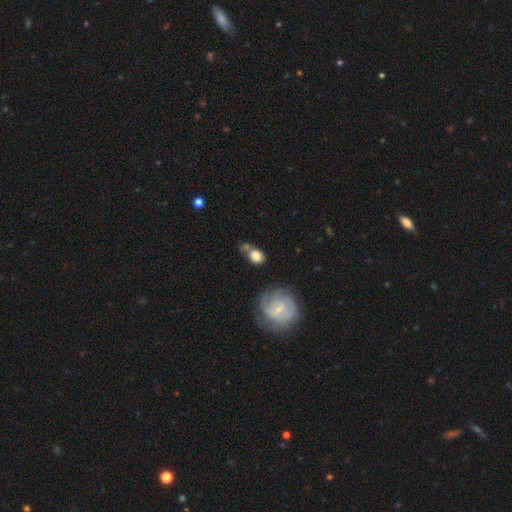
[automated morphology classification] smooth-or-featured: smooth: 74% | featured or disk: 18% | star or artifact: 8%
  how-rounded: in between: 49% | round: 48% | cigar-shaped: 2%
  merging: none: 40% | merger: 30% | minor disturbance: 20% | major disturbance: 10%